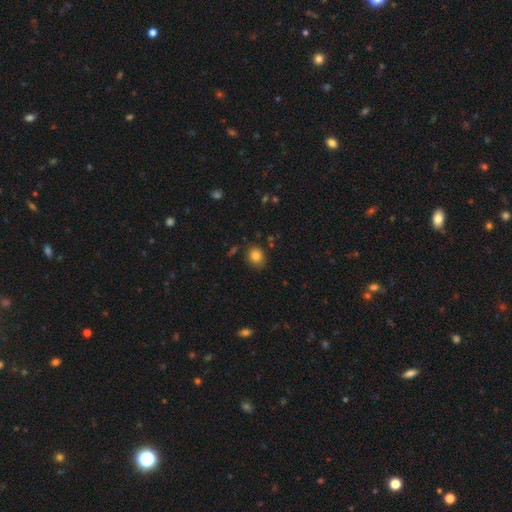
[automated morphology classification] Smooth or featured? smooth (83%)
How rounded? round (62%)
Merging? none (83%)